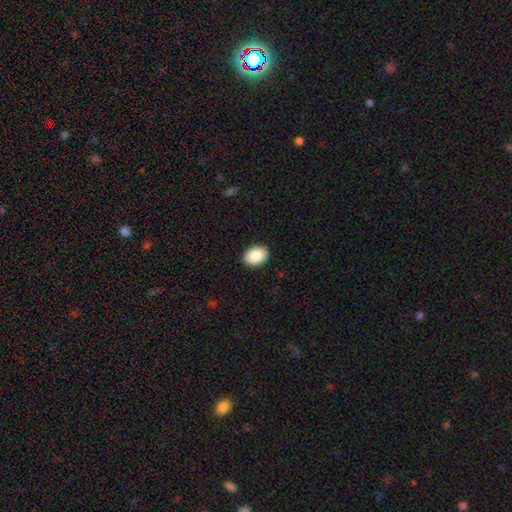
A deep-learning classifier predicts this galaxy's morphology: This appears to be a smooth galaxy with no disk features (88%) that is in between round and cigar-shaped (65%). Merging: none (90%).